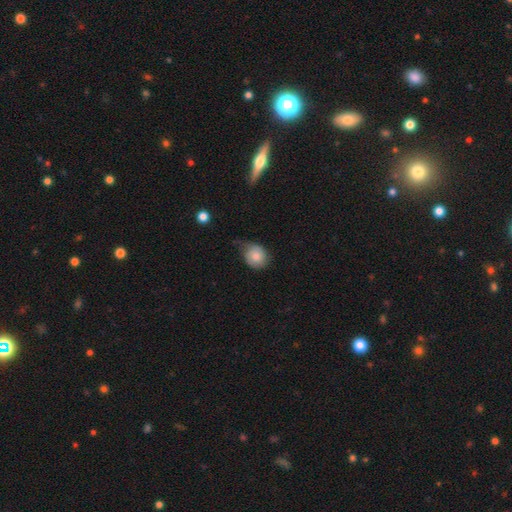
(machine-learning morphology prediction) A smooth galaxy with no disk features (72%) that is round (73%). Merging: minor disturbance (40%).